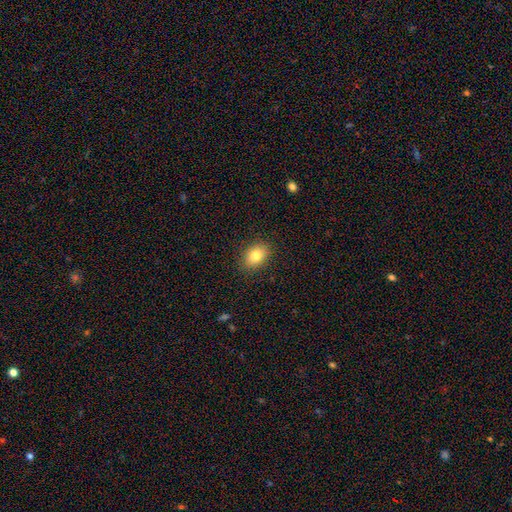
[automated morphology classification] This is clearly a smooth galaxy (80%). How rounded: likely in between (69%). Merging: clearly none (88%).